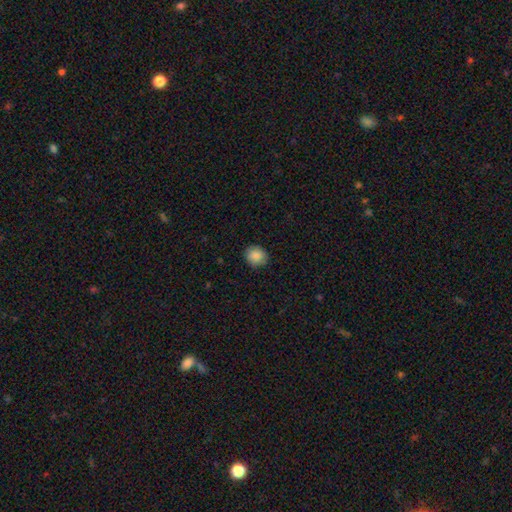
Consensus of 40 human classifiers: Smooth or featured? 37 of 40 (92%) said smooth. How rounded? 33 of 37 (89%) said round. Merging? 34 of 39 (87%) said none.